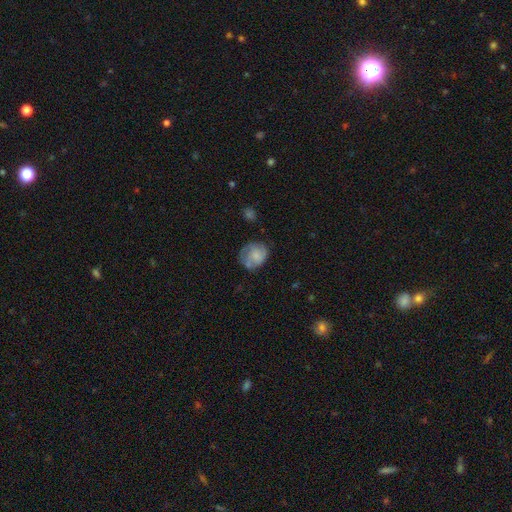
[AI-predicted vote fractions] Q: Smooth or featured?
A: smooth (59%); runner-up: featured or disk (33%)
Q: How rounded?
A: round (64%); runner-up: in between (35%)
Q: Merging?
A: none (51%); runner-up: minor disturbance (29%)